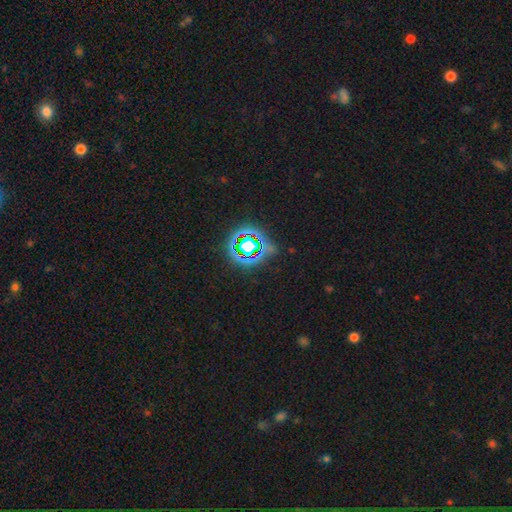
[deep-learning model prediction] Overall: star or artifact (77%).